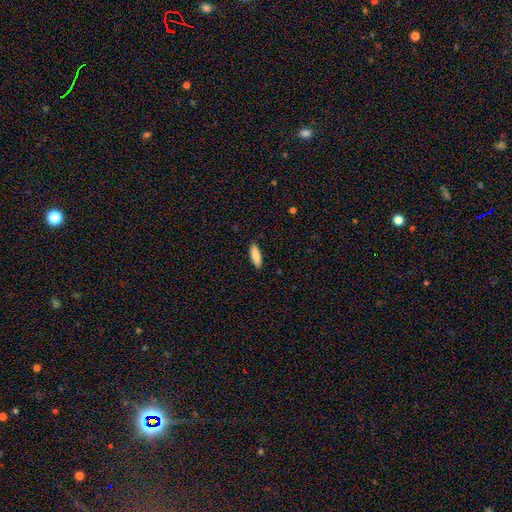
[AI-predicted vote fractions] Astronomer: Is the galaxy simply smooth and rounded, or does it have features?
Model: smooth — 84%.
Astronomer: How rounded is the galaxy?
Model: in between — 56% (runner-up: cigar-shaped, 43%).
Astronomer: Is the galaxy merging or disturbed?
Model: none — 89%.